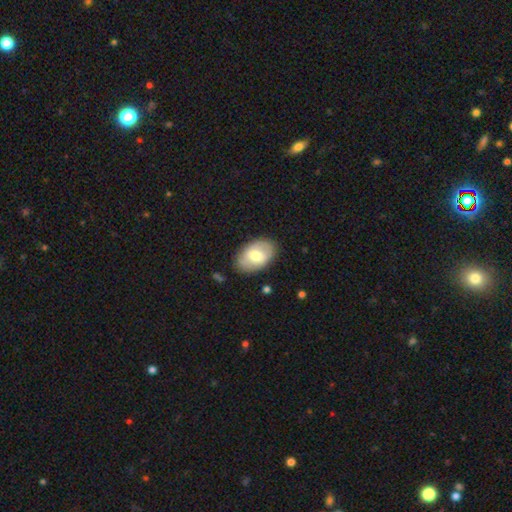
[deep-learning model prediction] Smooth or featured: smooth — 60% (featured or disk — 35%)
How rounded: in between — 90% (round — 9%)
Merging: none — 84% (minor disturbance — 11%)